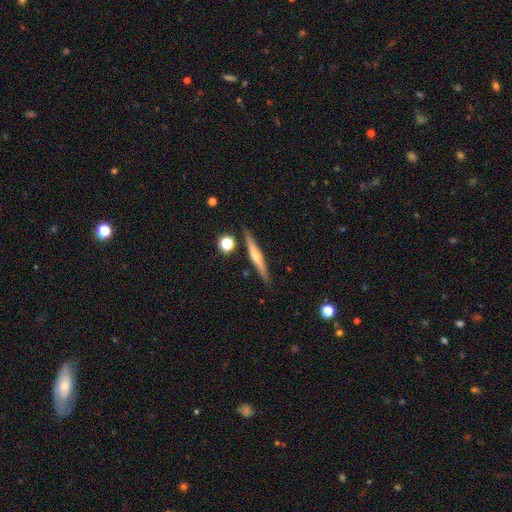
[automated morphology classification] smooth-or-featured: featured or disk: 55% | smooth: 38% | star or artifact: 7%
  disk-edge-on: yes: 96% | no: 4%
    edge-on-bulge: rounded: 71% | none: 21% | boxy: 8%
  merging: none: 87% | minor disturbance: 9% | merger: 3% | major disturbance: 2%